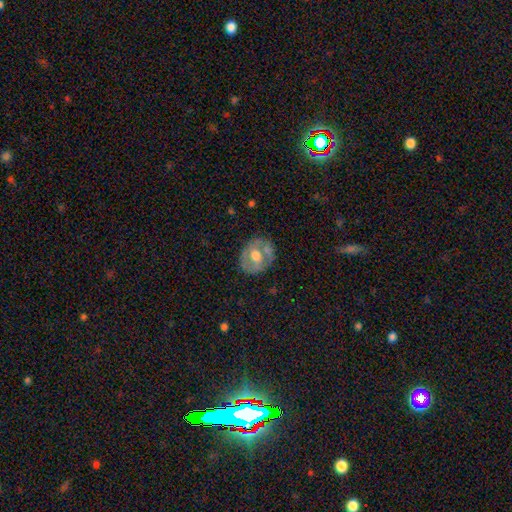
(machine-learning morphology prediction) Smooth or featured? Predicted: featured or disk (p=0.52). Edge-on disk? Predicted: no (p=0.95). Merging? Predicted: none (p=0.68).